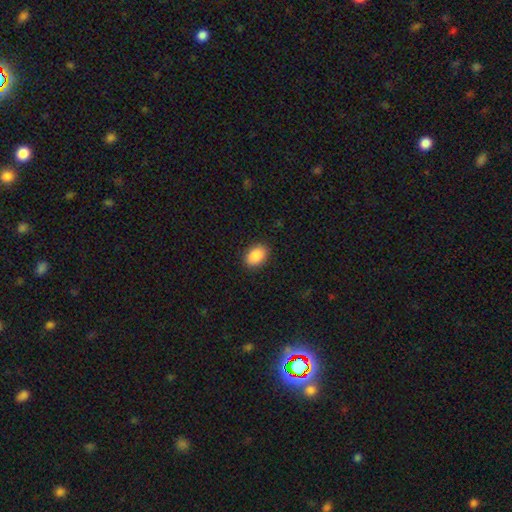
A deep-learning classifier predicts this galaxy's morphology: type=smooth (90%); roundness=in between (86%); merging=none (89%).